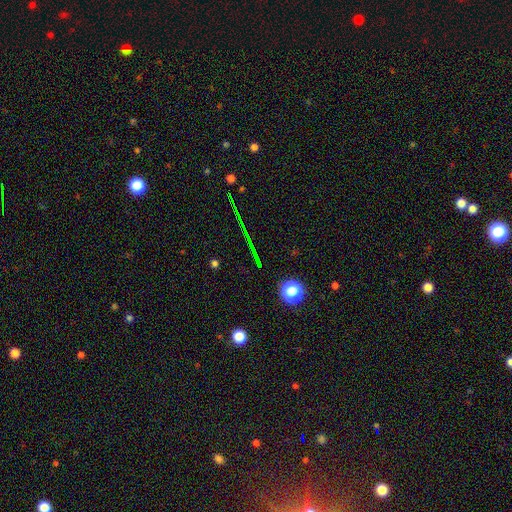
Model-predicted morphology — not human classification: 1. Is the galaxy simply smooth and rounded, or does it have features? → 68% star or artifact, 18% smooth, 14% featured or disk.